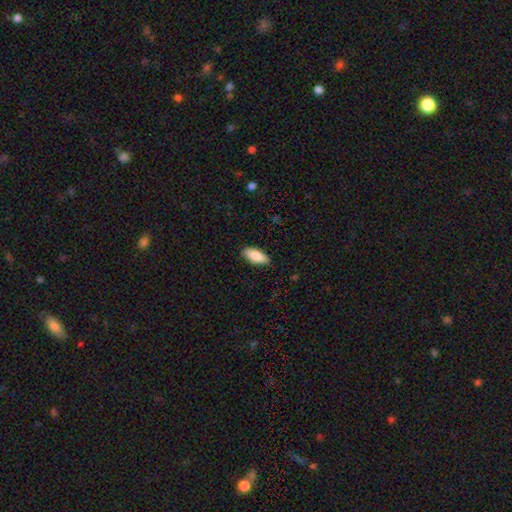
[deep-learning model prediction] Smooth or featured?
  - smooth: 85% *
  - featured or disk: 9%
  - star or artifact: 6%
How rounded?
  - in between: 83% *
  - cigar-shaped: 15%
  - round: 2%
Merging?
  - none: 89% *
  - minor disturbance: 9%
  - major disturbance: 2%
  - merger: 1%